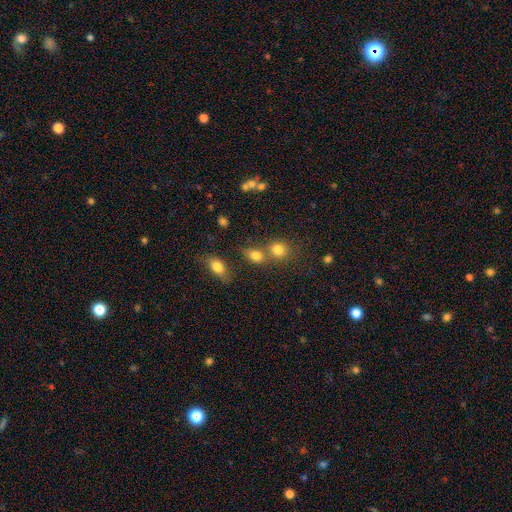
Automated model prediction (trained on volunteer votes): A smooth galaxy with no disk features (78%) that is in between round and cigar-shaped (51%).

Vote fractions:
- Smooth or featured? smooth: 78% / star or artifact: 13% / featured or disk: 8%
- How rounded? in between: 51% / round: 47% / cigar-shaped: 3%
- Merging? none: 47% / merger: 37% / minor disturbance: 10% / major disturbance: 5%